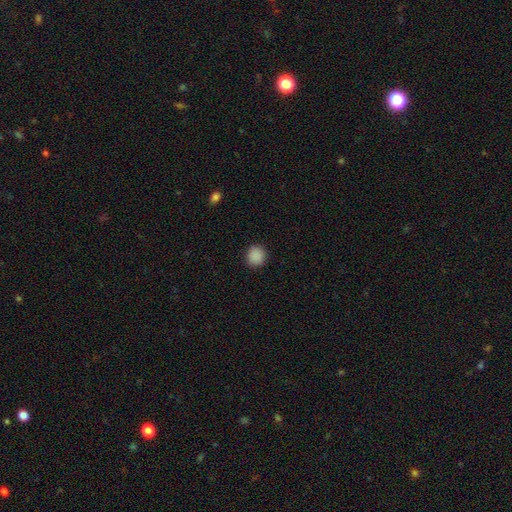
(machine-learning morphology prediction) type=smooth (88%); roundness=round (88%); merging=none (91%).